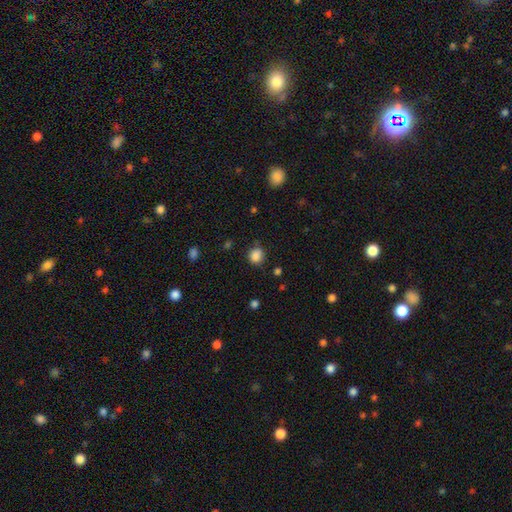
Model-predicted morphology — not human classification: smooth_or_featured: smooth (p=0.85) [alt: star or artifact p=0.11]
how_rounded: round (p=0.79) [alt: in between p=0.20]
merging: none (p=0.75) [alt: minor disturbance p=0.18]